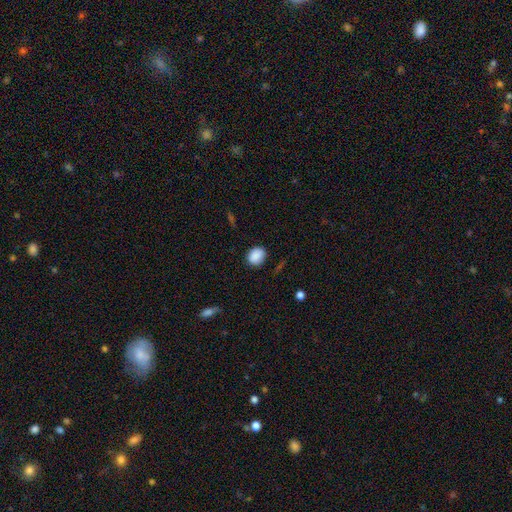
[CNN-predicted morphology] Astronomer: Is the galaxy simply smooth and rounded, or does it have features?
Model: smooth — 89%.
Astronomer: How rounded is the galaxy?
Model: round — 61% (runner-up: in between, 38%).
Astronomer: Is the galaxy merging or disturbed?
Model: none — 84%.